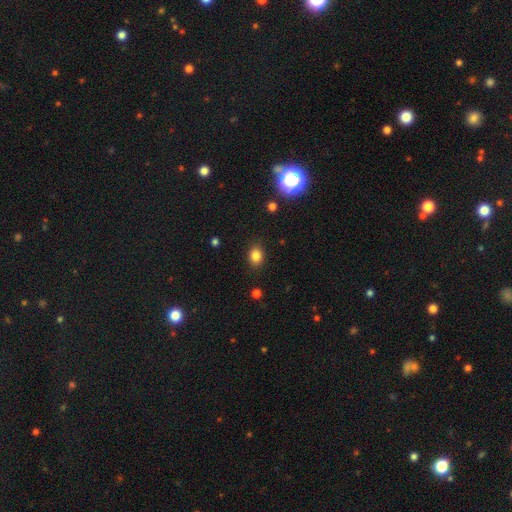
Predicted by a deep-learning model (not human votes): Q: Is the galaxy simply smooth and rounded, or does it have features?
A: smooth — 83%.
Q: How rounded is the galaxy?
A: in between — 56%.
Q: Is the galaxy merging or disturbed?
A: none — 87%.